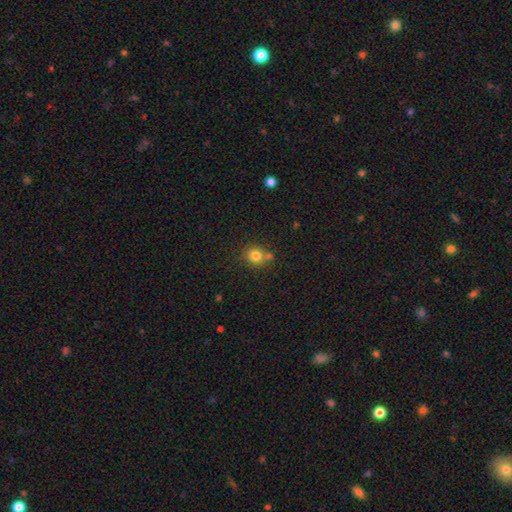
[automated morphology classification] Q: Smooth or featured?
A: smooth (80%); runner-up: star or artifact (13%)
Q: How rounded?
A: round (81%); runner-up: in between (18%)
Q: Merging?
A: none (69%); runner-up: merger (18%)